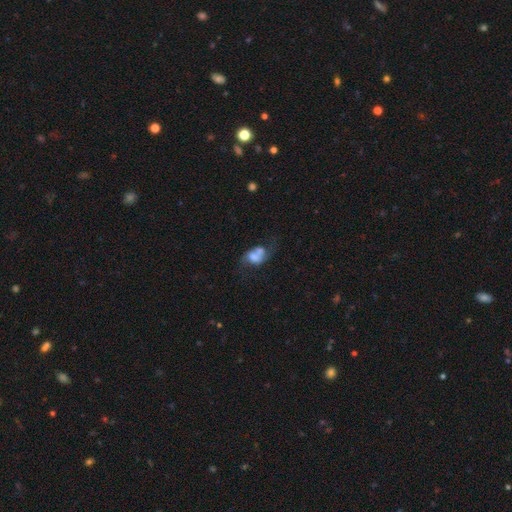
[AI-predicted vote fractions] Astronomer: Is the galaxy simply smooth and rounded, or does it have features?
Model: smooth — 48% (runner-up: featured or disk, 41%).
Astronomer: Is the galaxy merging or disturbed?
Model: merger — 43% (runner-up: none, 23%).